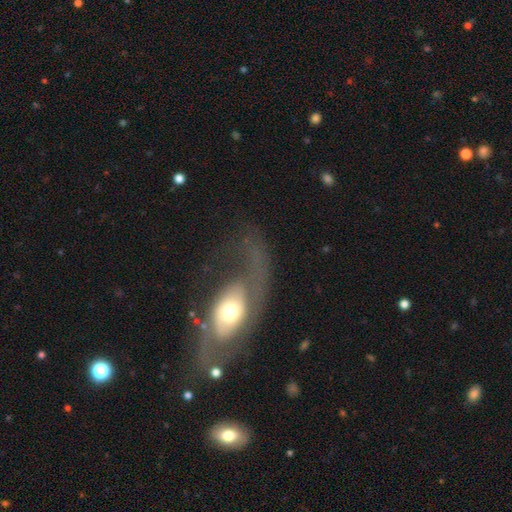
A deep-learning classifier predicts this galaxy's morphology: type=featured or disk (77%); edge-on=no (91%); bar=no (67%); spiral arms=yes (80%); winding=loose (48%); arm count=2 (77%); bulge=moderate (58%); merging=none (51%).